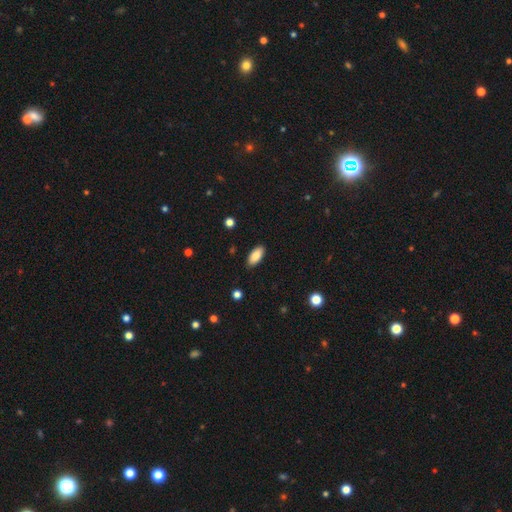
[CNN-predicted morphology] Q: Smooth or featured?
A: smooth (87%); runner-up: star or artifact (7%)
Q: How rounded?
A: in between (90%); runner-up: cigar-shaped (8%)
Q: Merging?
A: none (88%); runner-up: minor disturbance (9%)